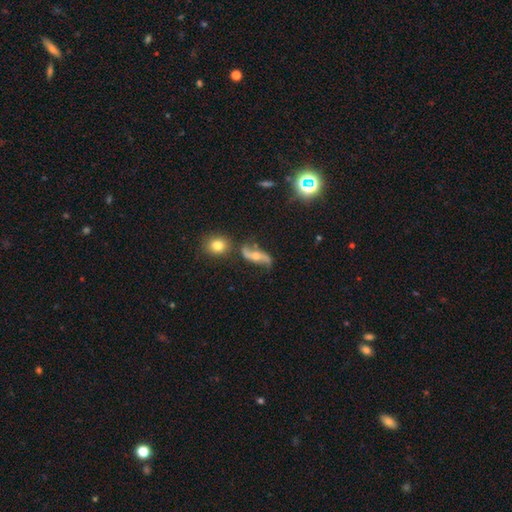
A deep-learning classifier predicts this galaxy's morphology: Q: Smooth or featured?
A: featured or disk (74%); runner-up: smooth (17%)
Q: Edge-on disk?
A: no (88%); runner-up: yes (12%)
Q: Bar?
A: no (59%); runner-up: weak (26%)
Q: Spiral arms?
A: yes (91%); runner-up: no (9%)
Q: Spiral winding?
A: loose (87%); runner-up: medium (9%)
Q: Spiral arm count?
A: 2 (93%); runner-up: can't tell (2%)
Q: Bulge size?
A: moderate (59%); runner-up: small (32%)
Q: Merging?
A: none (67%); runner-up: minor disturbance (17%)